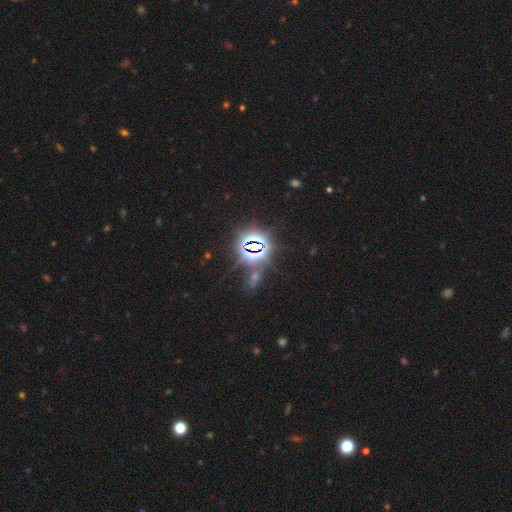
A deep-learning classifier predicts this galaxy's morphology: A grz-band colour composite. It shows a star or artifact, not a galaxy (77%).